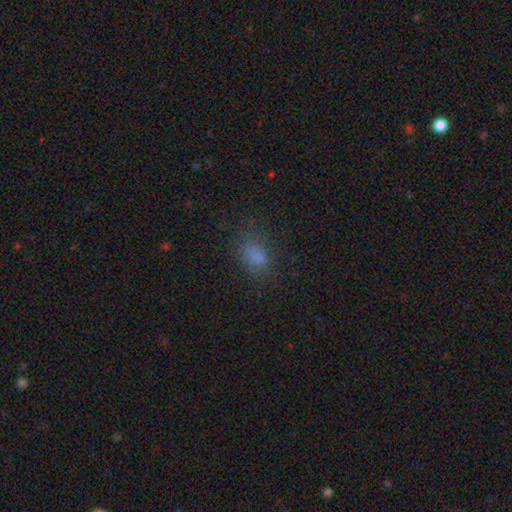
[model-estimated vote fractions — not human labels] Smooth or featured? smooth (78%)
How rounded? in between (81%)
Merging? none (72%)